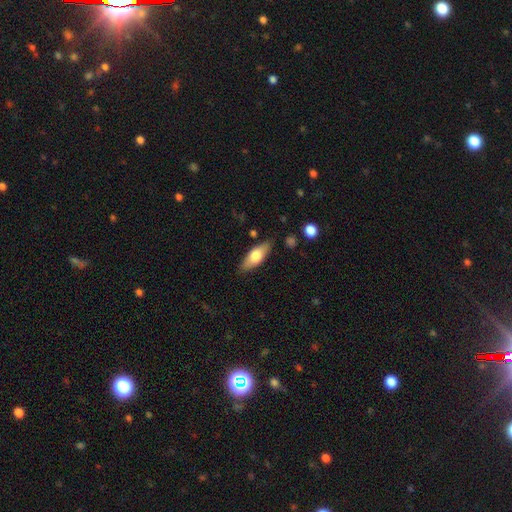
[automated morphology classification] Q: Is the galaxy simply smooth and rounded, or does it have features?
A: smooth — 65%.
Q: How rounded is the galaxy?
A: in between — 72%.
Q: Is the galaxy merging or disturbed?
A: none — 83%.